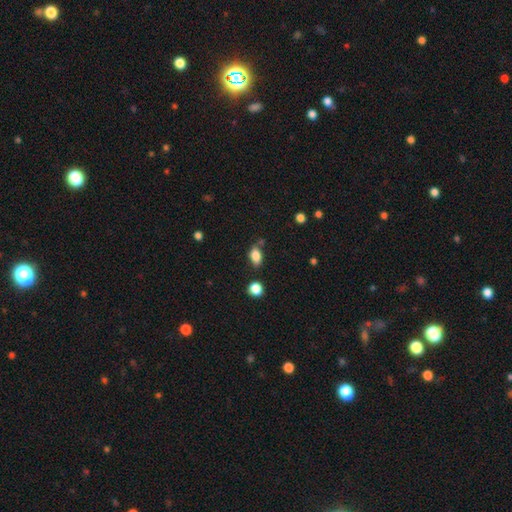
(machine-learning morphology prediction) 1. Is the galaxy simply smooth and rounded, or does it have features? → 83% smooth, 9% star or artifact, 7% featured or disk.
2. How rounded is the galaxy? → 86% in between, 11% round, 3% cigar-shaped.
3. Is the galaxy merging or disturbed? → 67% none, 20% minor disturbance, 7% merger, 5% major disturbance.